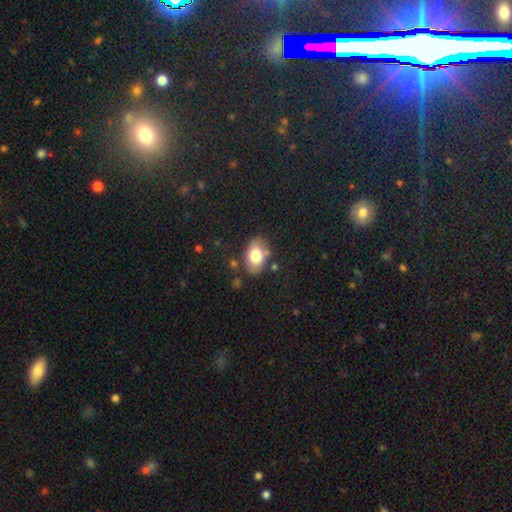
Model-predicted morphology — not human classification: Smooth or featured? Predicted: smooth (p=0.74). How rounded? Predicted: in between (p=0.87). Merging? Predicted: none (p=0.74).